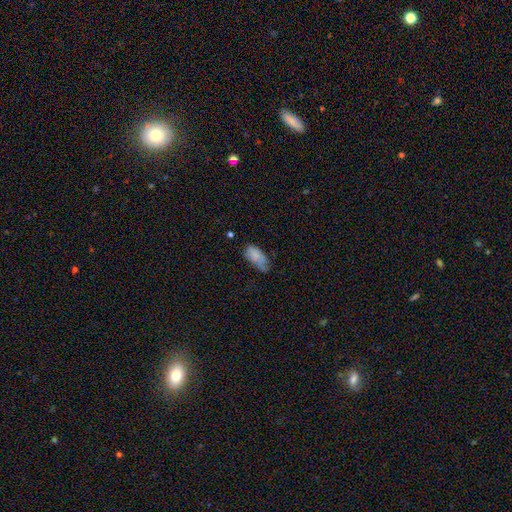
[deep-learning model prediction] smooth-or-featured: smooth: 79% | featured or disk: 12% | star or artifact: 9%
  how-rounded: in between: 91% | cigar-shaped: 6% | round: 3%
  merging: none: 40% (tied) | minor disturbance: 40% (tied) | major disturbance: 16% | merger: 4%